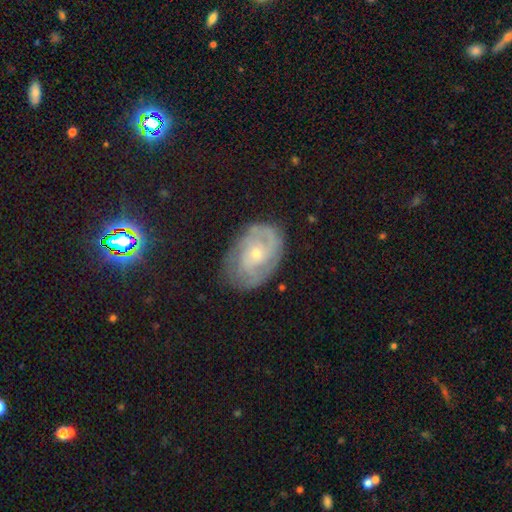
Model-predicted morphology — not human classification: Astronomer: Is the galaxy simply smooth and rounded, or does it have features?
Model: featured or disk — 74%.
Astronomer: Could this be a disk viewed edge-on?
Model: no — 96%.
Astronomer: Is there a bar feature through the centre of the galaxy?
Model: no — 68%.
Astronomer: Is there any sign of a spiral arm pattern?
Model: yes — 90%.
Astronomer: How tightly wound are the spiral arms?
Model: tight — 63%.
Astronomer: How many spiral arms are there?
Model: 2 — 38% (runner-up: can't tell, 35%).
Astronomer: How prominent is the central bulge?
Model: small — 62%.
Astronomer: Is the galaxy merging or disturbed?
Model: none — 76%.